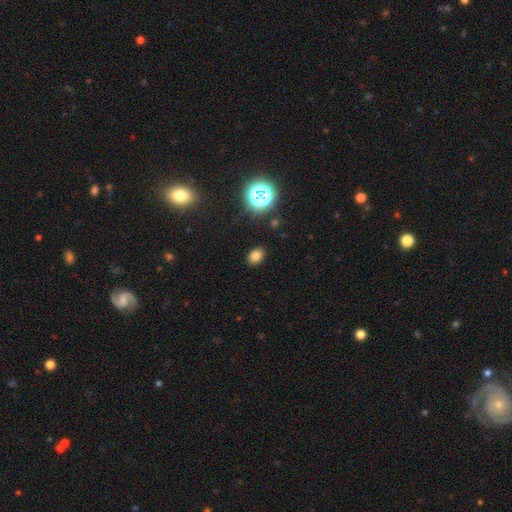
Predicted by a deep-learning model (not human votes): Morphology: type=smooth (74%); roundness=in between (70%); merging=none (87%).